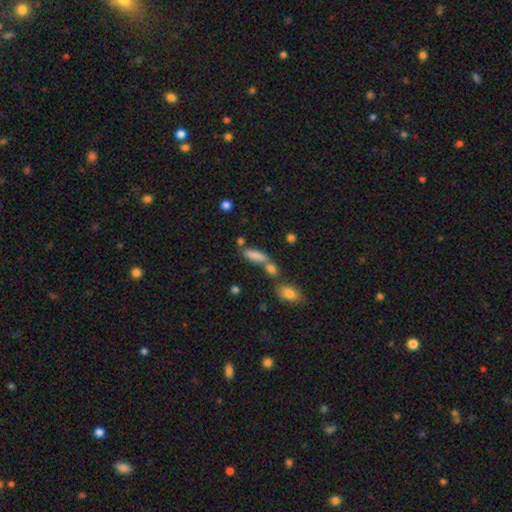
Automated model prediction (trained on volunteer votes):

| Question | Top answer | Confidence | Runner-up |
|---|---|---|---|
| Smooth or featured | smooth | 82% | star or artifact (9%) |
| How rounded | in between | 62% | cigar-shaped (35%) |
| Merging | none | 45% | merger (37%) |